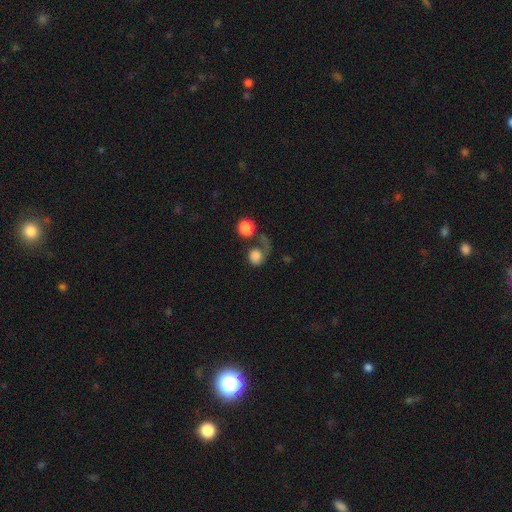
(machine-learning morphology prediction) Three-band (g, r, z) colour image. It shows a smooth galaxy with no disk features (71%) that is round (75%). Merging: major disturbance (32%).